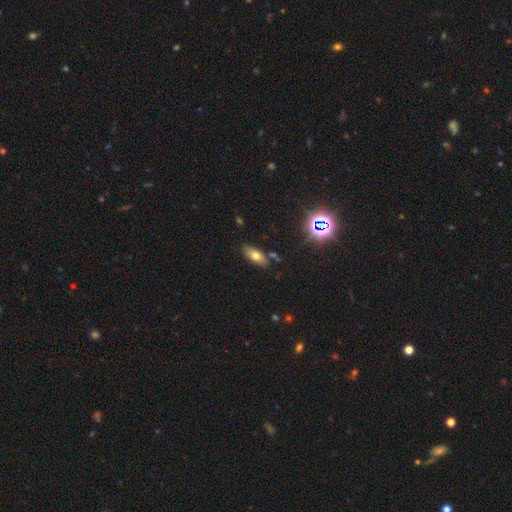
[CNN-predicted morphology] This is likely a smooth galaxy (68%). How rounded: clearly in between (82%). Merging: likely none (78%).